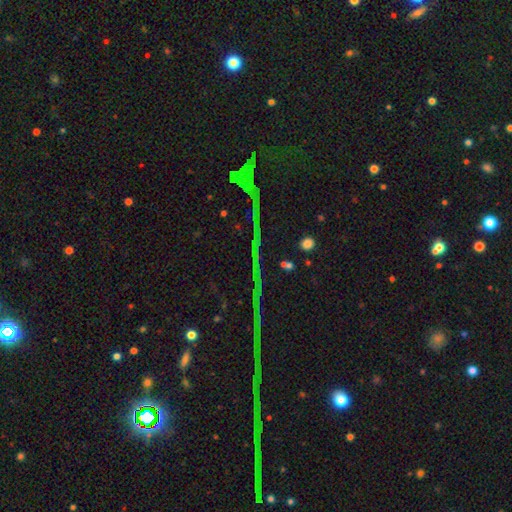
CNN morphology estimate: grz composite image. It shows a star or artifact, not a galaxy (83%).